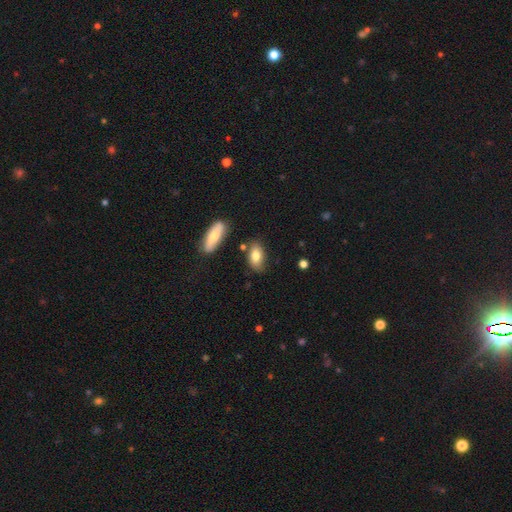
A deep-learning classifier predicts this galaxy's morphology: Q: Smooth or featured?
A: smooth (80%); runner-up: featured or disk (13%)
Q: How rounded?
A: in between (89%); runner-up: round (6%)
Q: Merging?
A: none (74%); runner-up: minor disturbance (16%)